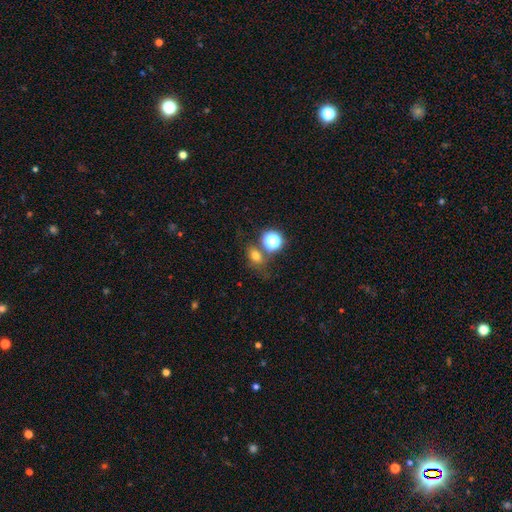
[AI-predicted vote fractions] The model was most divided on "how rounded": in between: 56%, round: 42%, cigar-shaped: 2%. More confident: smooth or featured — smooth (69%); merging — none (61%).